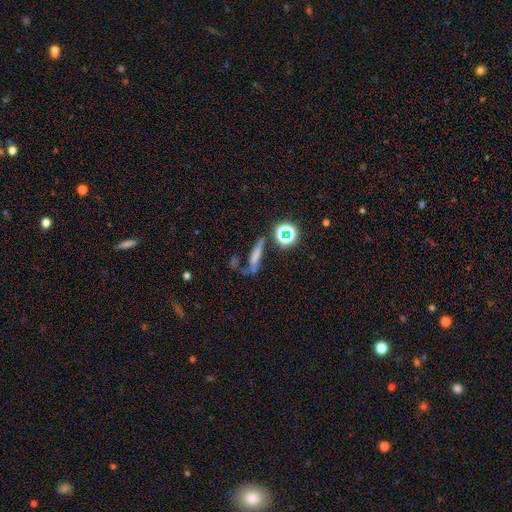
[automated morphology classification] The model was most divided on "smooth or featured": smooth: 52%, featured or disk: 25%, star or artifact: 24%. Remaining: how rounded — cigar-shaped (71%); merging — none (49%).